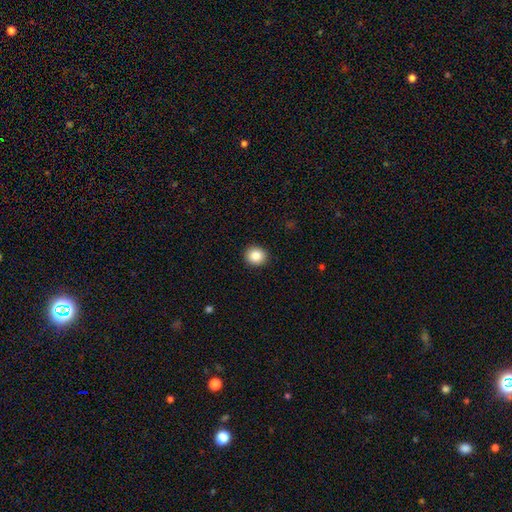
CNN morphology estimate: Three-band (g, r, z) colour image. It shows a smooth galaxy with no disk features (86%) that is round (86%). Merging: none (92%).